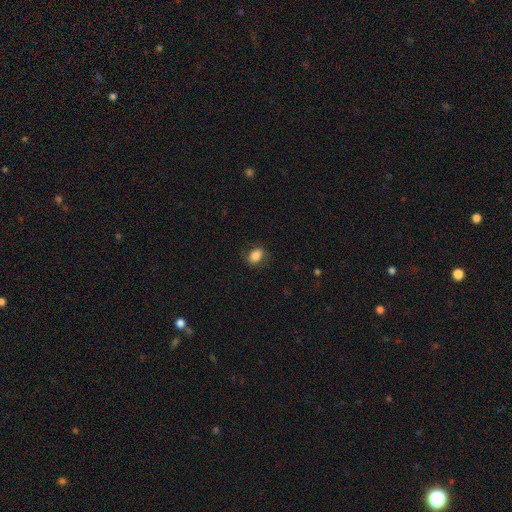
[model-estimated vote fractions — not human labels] Morphology: type=smooth (84%); roundness=in between (73%); merging=none (79%).